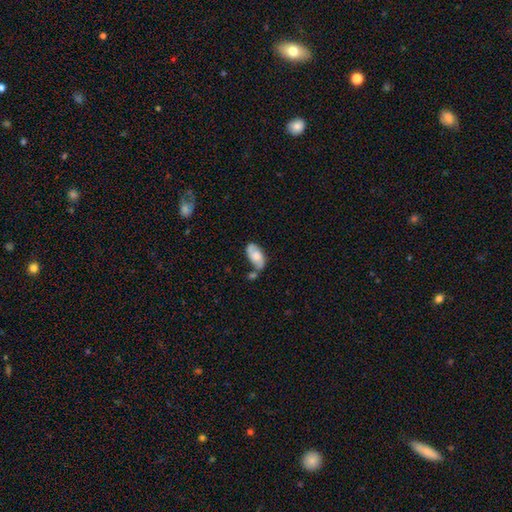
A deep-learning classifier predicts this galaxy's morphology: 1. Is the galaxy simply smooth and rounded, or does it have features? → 48% featured or disk, 45% smooth, 7% star or artifact.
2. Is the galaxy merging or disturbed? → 50% none, 22% minor disturbance, 21% merger, 7% major disturbance.